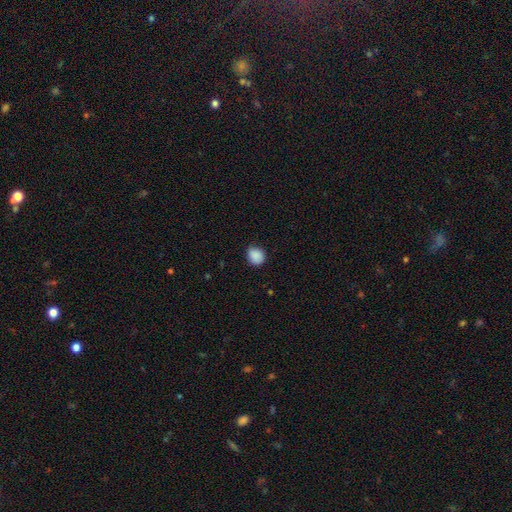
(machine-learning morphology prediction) This is clearly a smooth galaxy (89%). How rounded: likely round (64%). Merging: likely none (78%).